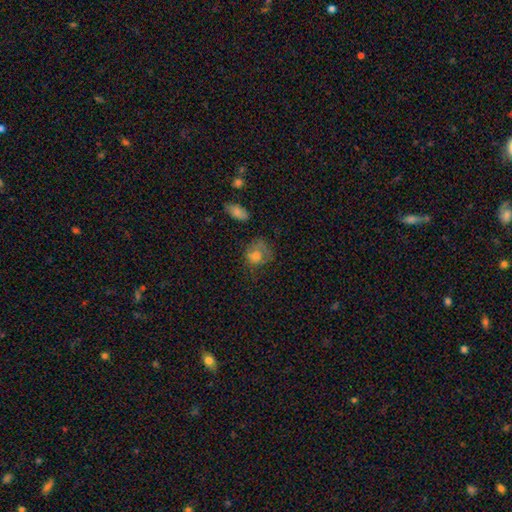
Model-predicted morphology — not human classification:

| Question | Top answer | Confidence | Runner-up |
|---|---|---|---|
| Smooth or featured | smooth | 63% | featured or disk (23%) |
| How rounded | round | 64% | in between (35%) |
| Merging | none | 43% | minor disturbance (27%) |